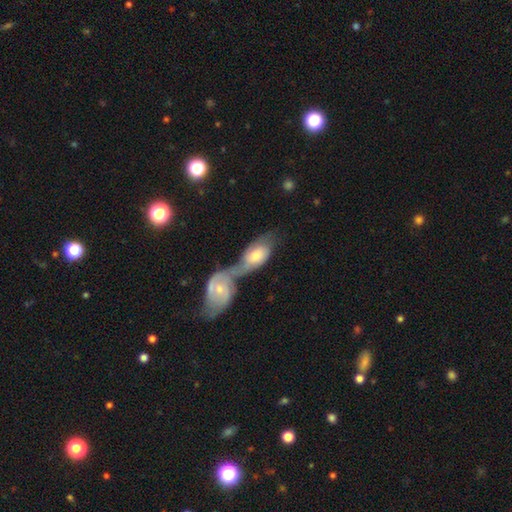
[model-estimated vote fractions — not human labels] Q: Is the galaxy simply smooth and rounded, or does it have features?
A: featured or disk — 49%.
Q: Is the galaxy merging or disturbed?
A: merger — 76%.